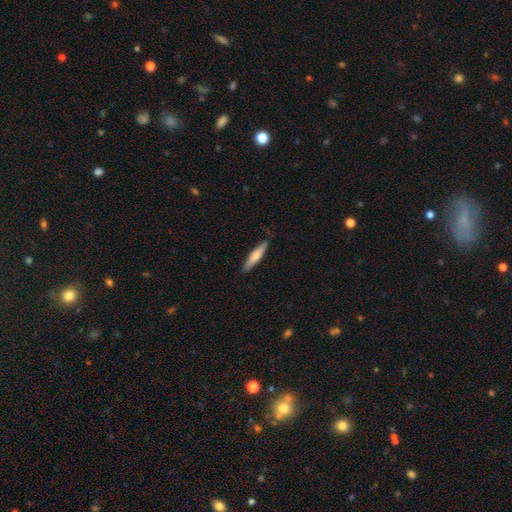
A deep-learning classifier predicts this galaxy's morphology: Smooth or featured: smooth — 68% (featured or disk — 26%)
How rounded: cigar-shaped — 84% (in between — 14%)
Merging: none — 86% (minor disturbance — 11%)